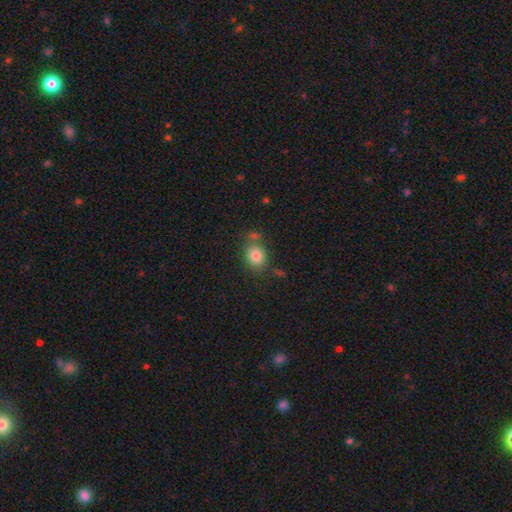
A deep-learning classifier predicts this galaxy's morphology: This is clearly a smooth galaxy (82%). How rounded: possibly round (51%). Merging: likely none (69%).